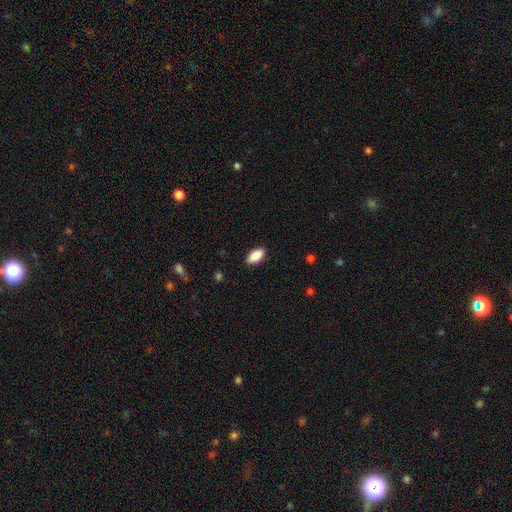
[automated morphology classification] Smooth or featured? smooth (89%)
How rounded? in between (93%)
Merging? none (89%)